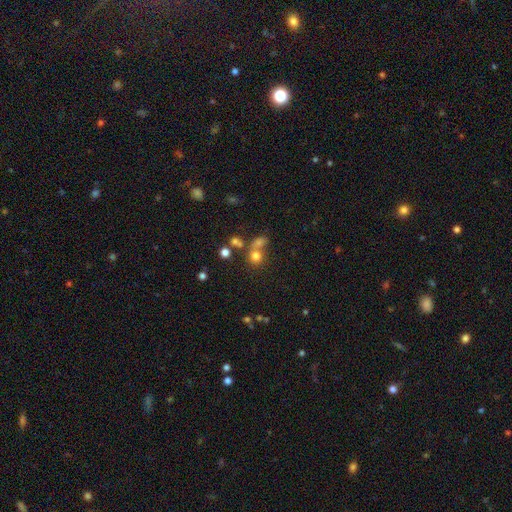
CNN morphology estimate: The model was most divided on "merging": none: 52%, merger: 33%, minor disturbance: 9%, major disturbance: 6%. More confident: how rounded — round (83%); smooth or featured — smooth (71%).